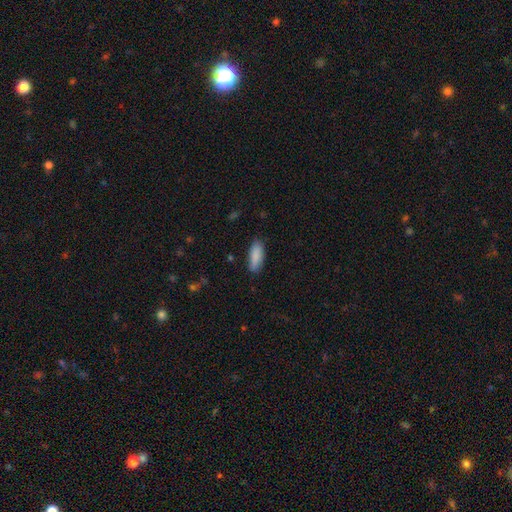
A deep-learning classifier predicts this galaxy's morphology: A smooth galaxy with no disk features (88%) that is in between round and cigar-shaped (71%). Merging: none (83%).